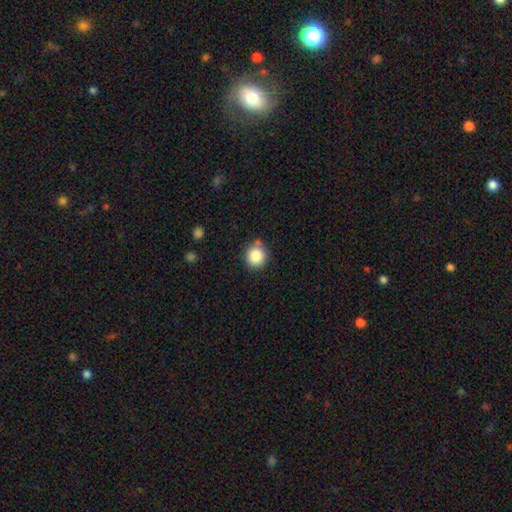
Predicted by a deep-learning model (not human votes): This is clearly a smooth galaxy (85%). How rounded: clearly round (91%). Merging: clearly none (80%).